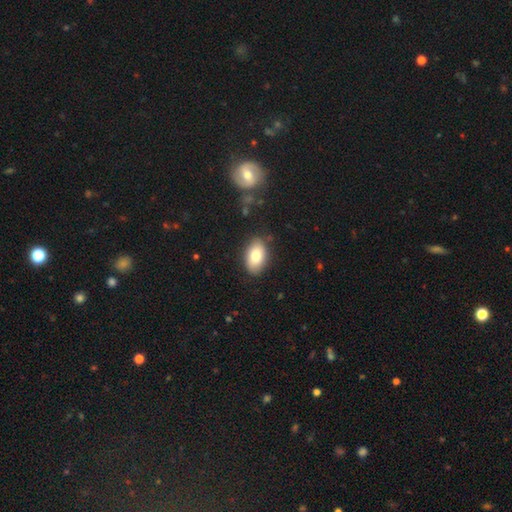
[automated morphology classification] A smooth galaxy with no disk features (81%) that is in between round and cigar-shaped (92%). Merging: none (84%).